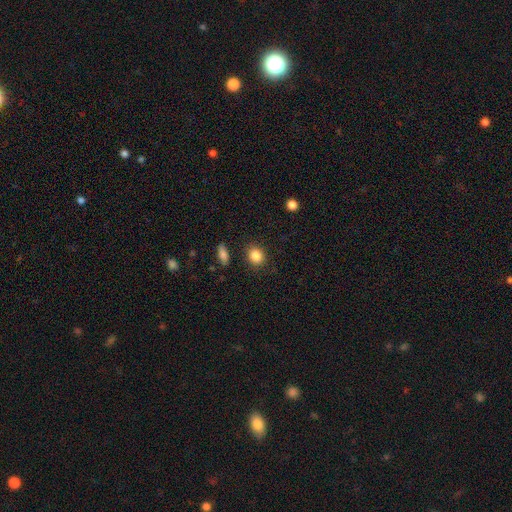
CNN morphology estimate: This appears to be a smooth galaxy with no disk features (86%) that is round (63%). Merging: none (86%).